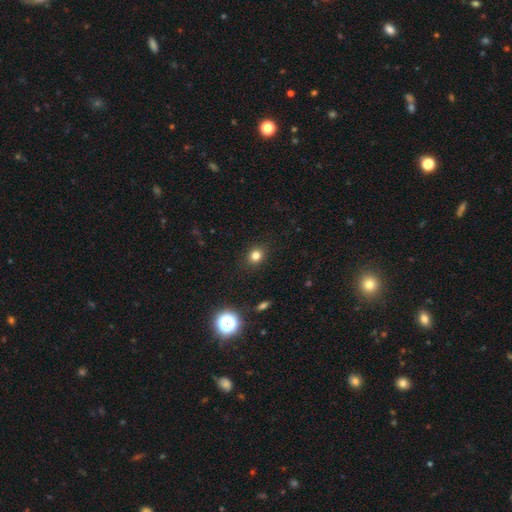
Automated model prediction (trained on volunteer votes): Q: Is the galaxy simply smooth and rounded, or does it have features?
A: smooth — 80%.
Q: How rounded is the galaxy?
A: round — 72%.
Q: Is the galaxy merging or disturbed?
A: none — 89%.